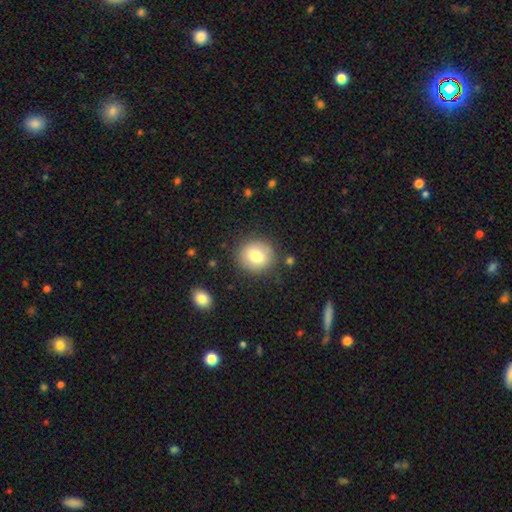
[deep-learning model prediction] A smooth galaxy with no disk features (78%) that is round (84%).

Vote fractions:
- Smooth or featured? smooth: 78% / featured or disk: 13% / star or artifact: 9%
- How rounded? round: 84% / in between: 15% / cigar-shaped: 1%
- Merging? none: 84% / minor disturbance: 10% / major disturbance: 3% / merger: 2%